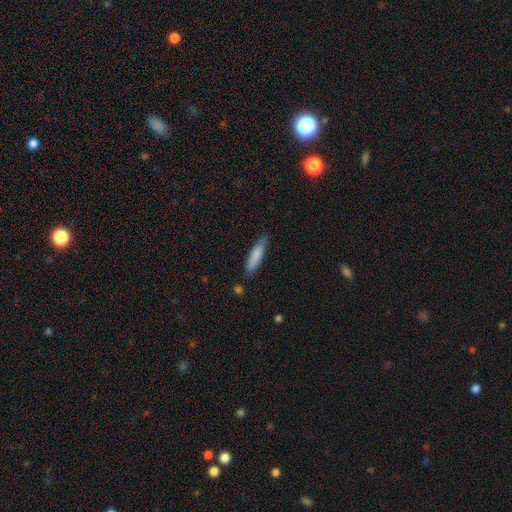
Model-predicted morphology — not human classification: Smooth or featured?
  - smooth: 83% *
  - featured or disk: 11%
  - star or artifact: 6%
How rounded?
  - cigar-shaped: 77% *
  - in between: 22%
  - round: 1%
Merging?
  - none: 78% *
  - minor disturbance: 17%
  - major disturbance: 3%
  - merger: 2%